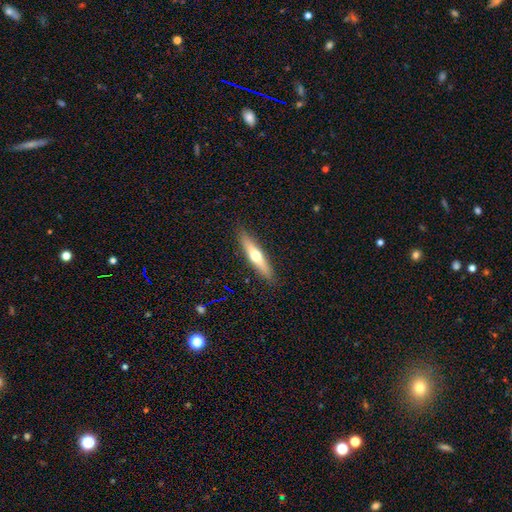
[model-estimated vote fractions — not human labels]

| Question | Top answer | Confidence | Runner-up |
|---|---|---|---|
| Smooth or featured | smooth | 47% | tied: featured or disk (47%) |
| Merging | none | 90% | minor disturbance (8%) |